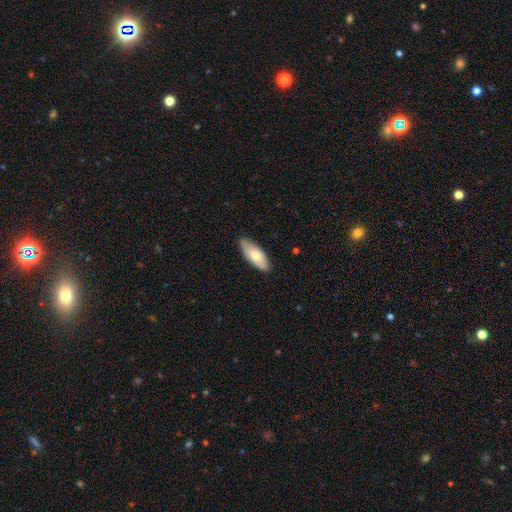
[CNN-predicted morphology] This is likely a smooth galaxy (69%). How rounded: clearly in between (82%). Merging: clearly none (85%).